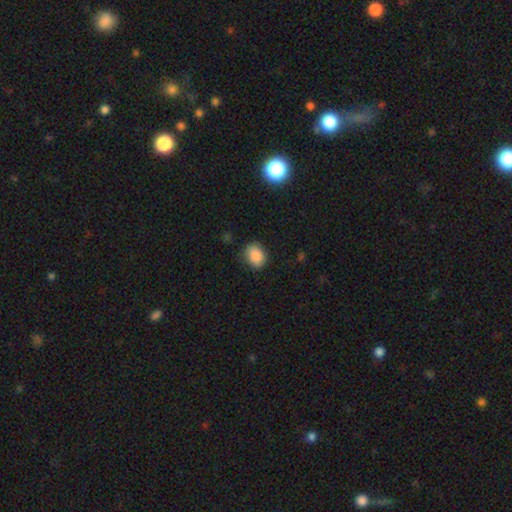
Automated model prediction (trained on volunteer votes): Smooth or featured? Predicted: smooth (p=0.87). How rounded? Predicted: in between (p=0.56). Merging? Predicted: none (p=0.78).